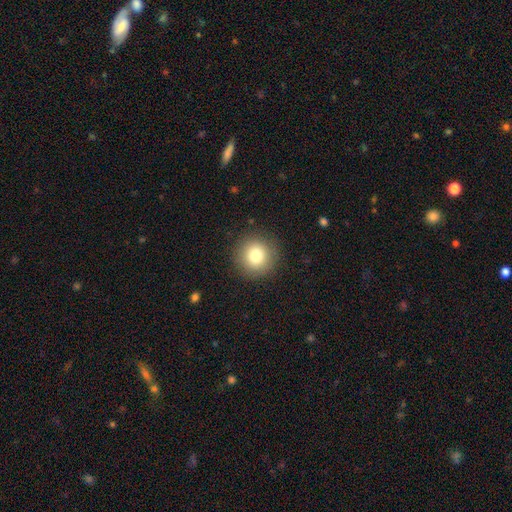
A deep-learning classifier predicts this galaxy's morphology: smooth 80%, star or artifact 10%, featured or disk 10%. Down the decision tree: how rounded — round (94%); merging — none (90%).